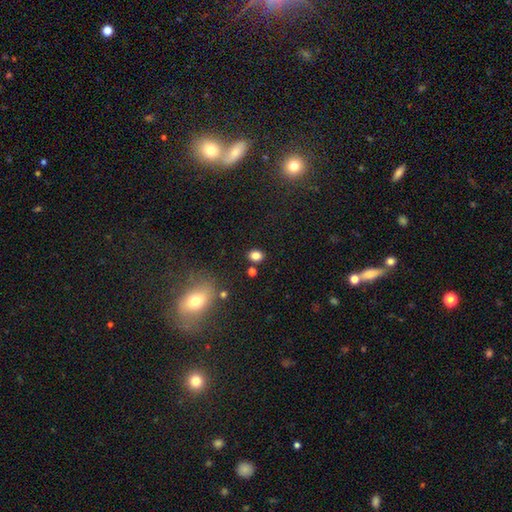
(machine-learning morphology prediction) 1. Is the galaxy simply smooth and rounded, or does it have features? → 82% smooth, 13% star or artifact, 5% featured or disk.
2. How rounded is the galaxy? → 54% in between, 45% round, 1% cigar-shaped.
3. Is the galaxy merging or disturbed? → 82% none, 10% minor disturbance, 5% merger, 3% major disturbance.